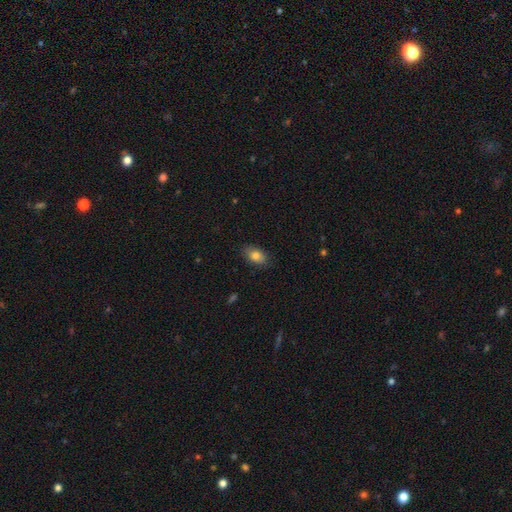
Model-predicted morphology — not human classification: Q: Smooth or featured?
A: smooth (81%); runner-up: featured or disk (11%)
Q: How rounded?
A: in between (88%); runner-up: round (10%)
Q: Merging?
A: none (84%); runner-up: minor disturbance (12%)